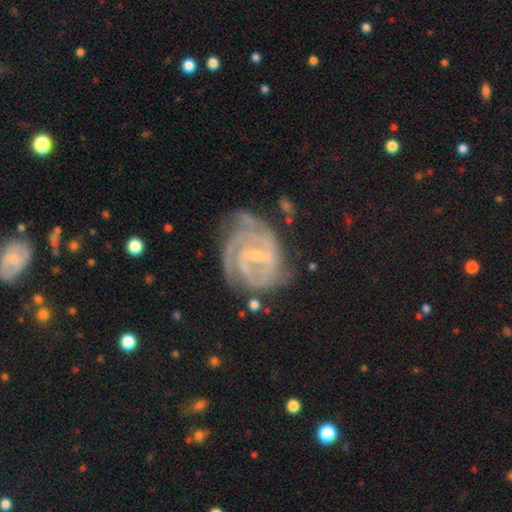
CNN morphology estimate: smooth_or_featured: featured or disk (p=0.88) [alt: smooth p=0.06]
disk_edge_on: no (p=0.98) [alt: yes p=0.02]
bar: weak (p=0.53) [alt: strong p=0.24]
has_spiral_arms: yes (p=0.96) [alt: no p=0.04]
spiral_winding: tight (p=0.63) [alt: medium p=0.31]
spiral_arm_count: 3 (p=0.28) [alt: 2 p=0.27]
bulge_size: small (p=0.73) [alt: moderate p=0.21]
merging: none (p=0.59) [alt: minor disturbance p=0.24]